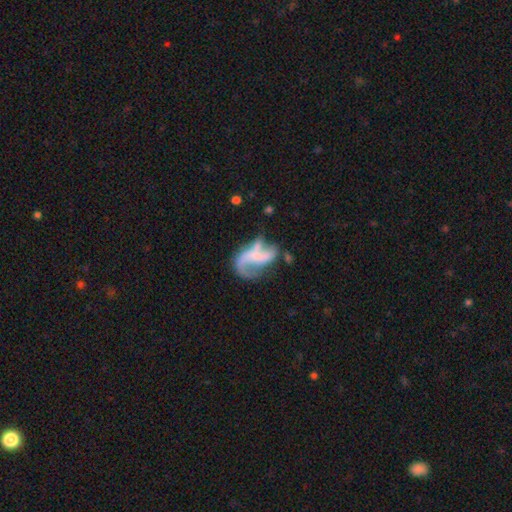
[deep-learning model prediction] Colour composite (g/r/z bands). It shows a featured or disk galaxy (72%) with no bar (55%), 2 (69%) loose (70%) spiral arms (78%) and no central bulge (53%). Merging: major disturbance (34%).